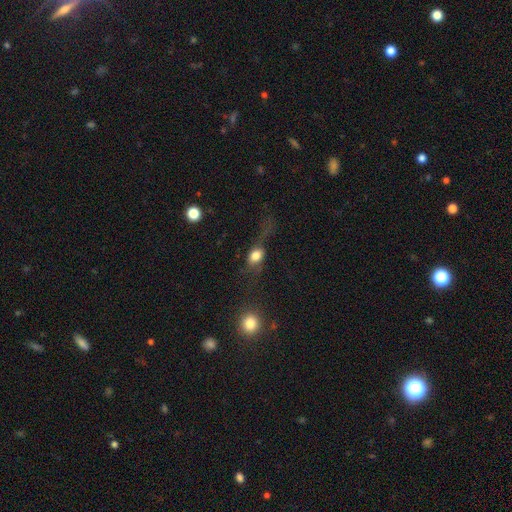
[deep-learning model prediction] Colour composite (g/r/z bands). It shows a smooth galaxy with no disk features (66%) that is in between round and cigar-shaped (60%). Merging: major disturbance (39%).